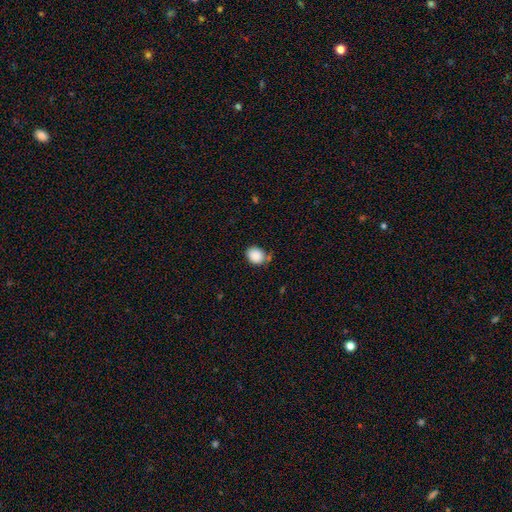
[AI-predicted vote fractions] A smooth galaxy with no disk features (88%) that is round (50%).

Vote fractions:
- Smooth or featured? smooth: 88% / star or artifact: 8% / featured or disk: 3%
- How rounded? round: 50% / in between: 49% / cigar-shaped: 1%
- Merging? none: 69% / minor disturbance: 20% / merger: 6% / major disturbance: 5%